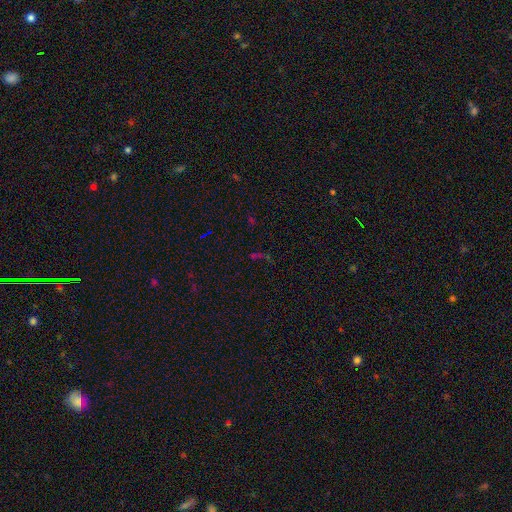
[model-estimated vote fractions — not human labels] Overall: star or artifact (63%; smooth 25%).